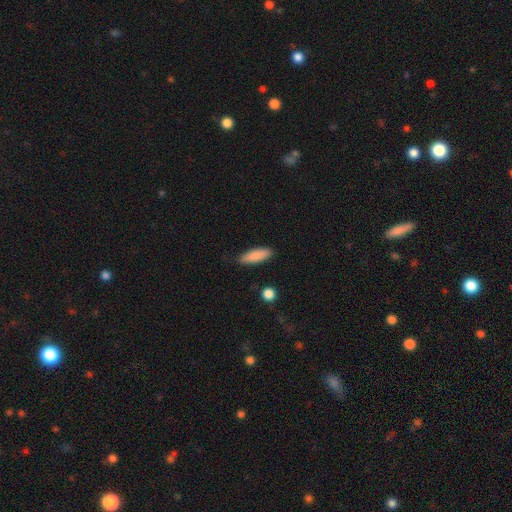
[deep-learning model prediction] Smooth or featured?
  - smooth: 85% *
  - featured or disk: 9%
  - star or artifact: 6%
How rounded?
  - cigar-shaped: 52% *
  - in between: 46%
  - round: 2%
Merging?
  - none: 84% *
  - minor disturbance: 12%
  - major disturbance: 2%
  - merger: 2%